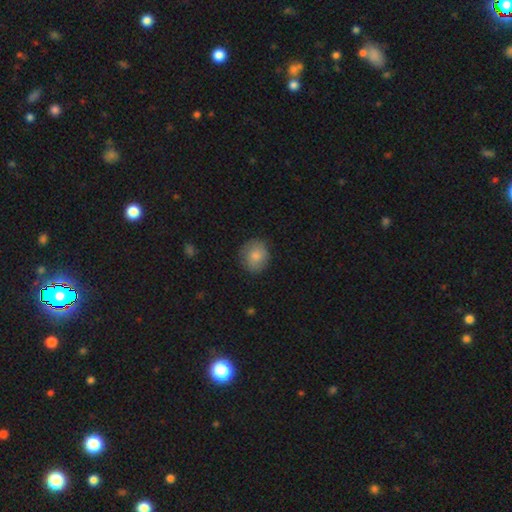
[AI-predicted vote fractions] A smooth galaxy with no disk features (79%) that is round (77%).

Vote fractions:
- Smooth or featured? smooth: 79% / featured or disk: 14% / star or artifact: 7%
- How rounded? round: 77% / in between: 22% / cigar-shaped: 1%
- Merging? none: 80% / minor disturbance: 15% / major disturbance: 4% / merger: 1%